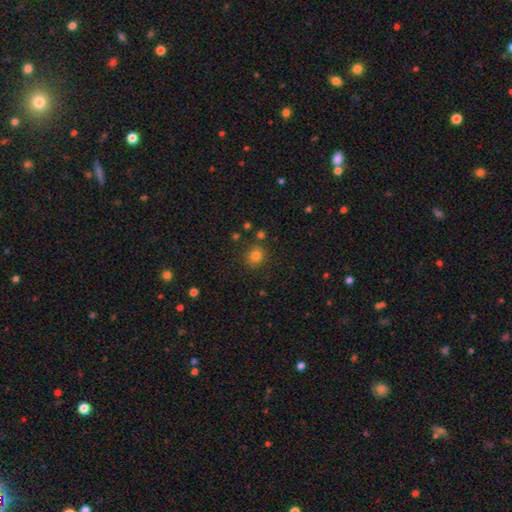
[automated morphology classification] This is likely a smooth galaxy (79%). How rounded: clearly round (85%). Merging: clearly none (82%).